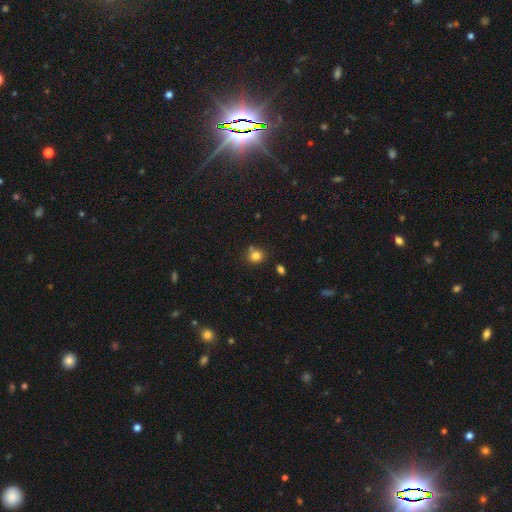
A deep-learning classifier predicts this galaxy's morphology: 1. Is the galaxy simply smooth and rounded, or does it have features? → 80% smooth, 13% star or artifact, 7% featured or disk.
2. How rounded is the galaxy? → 78% round, 21% in between, 1% cigar-shaped.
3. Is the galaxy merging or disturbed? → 68% none, 15% minor disturbance, 13% merger, 4% major disturbance.